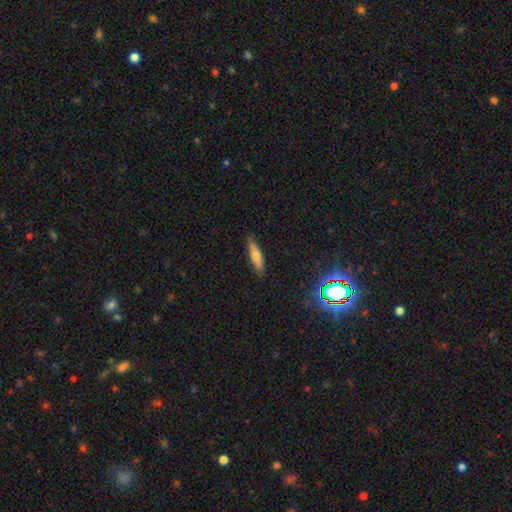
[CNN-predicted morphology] The model was most divided on "smooth or featured": smooth: 55%, featured or disk: 34%, star or artifact: 11%. More confident: merging — none (85%); how rounded — cigar-shaped (75%).